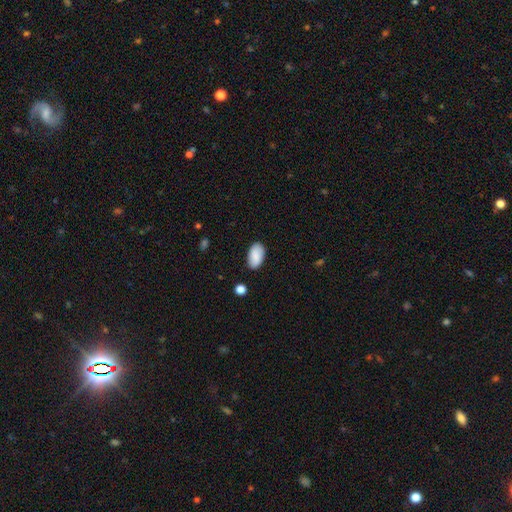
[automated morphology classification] Smooth or featured?
  - smooth: 87% *
  - star or artifact: 7%
  - featured or disk: 6%
How rounded?
  - in between: 95% *
  - round: 3%
  - cigar-shaped: 2%
Merging?
  - none: 83% *
  - minor disturbance: 13%
  - major disturbance: 3%
  - merger: 2%